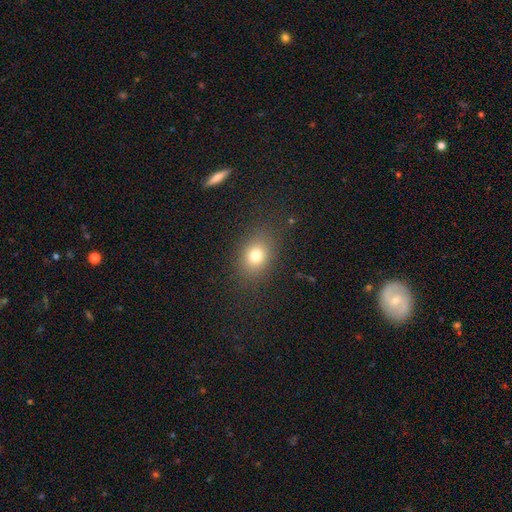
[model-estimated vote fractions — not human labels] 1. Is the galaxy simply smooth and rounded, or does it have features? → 76% smooth, 14% star or artifact, 10% featured or disk.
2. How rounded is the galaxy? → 59% in between, 40% round, 1% cigar-shaped.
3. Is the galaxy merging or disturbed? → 83% none, 11% minor disturbance, 5% major disturbance, 1% merger.